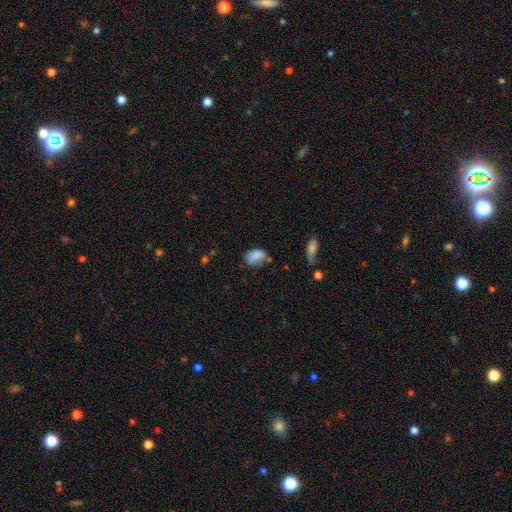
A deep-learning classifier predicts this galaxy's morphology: A smooth galaxy with no disk features (83%) that is in between round and cigar-shaped (85%). Merging: none (51%).